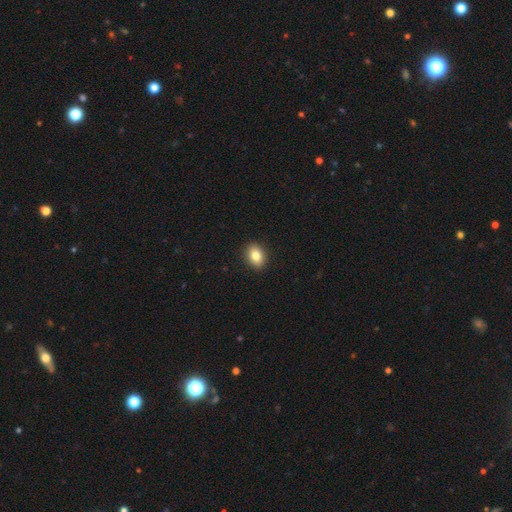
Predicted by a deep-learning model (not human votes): smooth 84%, star or artifact 9%, featured or disk 7%. Down the decision tree: how rounded — in between (69%); merging — none (91%).